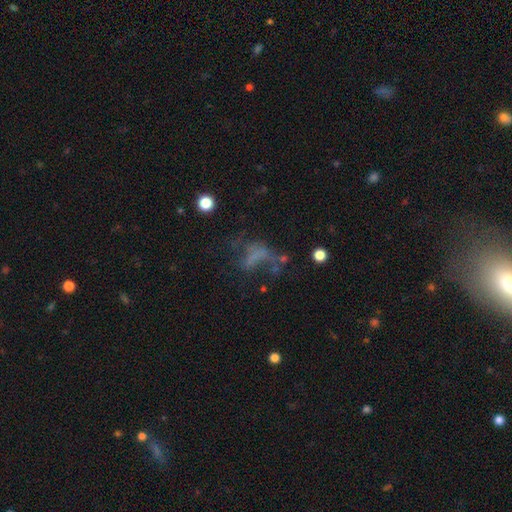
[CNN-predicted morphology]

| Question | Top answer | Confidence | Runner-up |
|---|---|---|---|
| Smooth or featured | featured or disk | 40% | smooth (34%) |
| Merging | major disturbance | 43% | none (32%) |